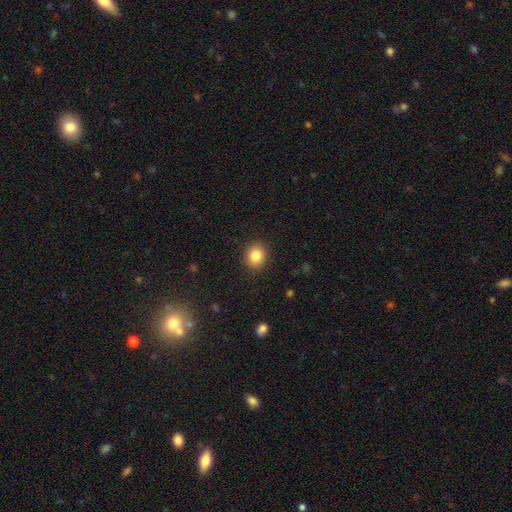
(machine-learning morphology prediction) Smooth or featured? Predicted: smooth (p=0.84). How rounded? Predicted: round (p=0.76). Merging? Predicted: none (p=0.90).